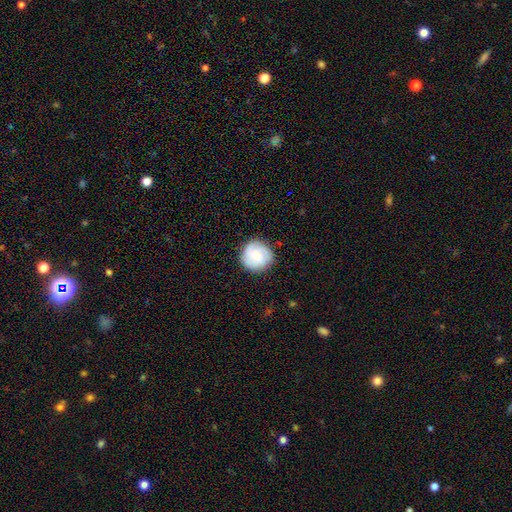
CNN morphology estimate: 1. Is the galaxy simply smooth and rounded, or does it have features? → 49% smooth, 44% featured or disk, 7% star or artifact.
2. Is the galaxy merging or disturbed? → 84% none, 11% minor disturbance, 3% major disturbance, 1% merger.